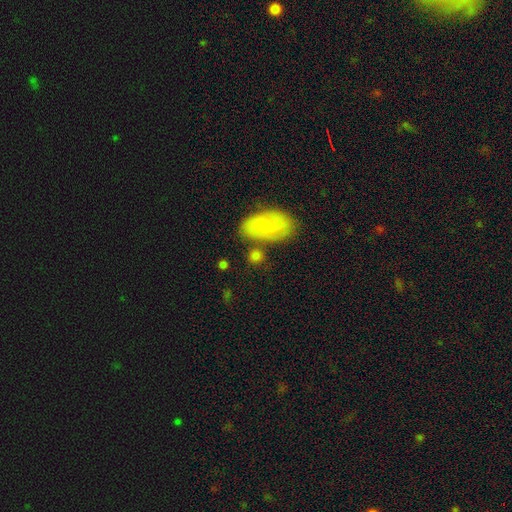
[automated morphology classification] Smooth or featured: smooth — 72% (featured or disk — 20%)
How rounded: round — 58% (in between — 39%)
Merging: none — 69% (minor disturbance — 13%)